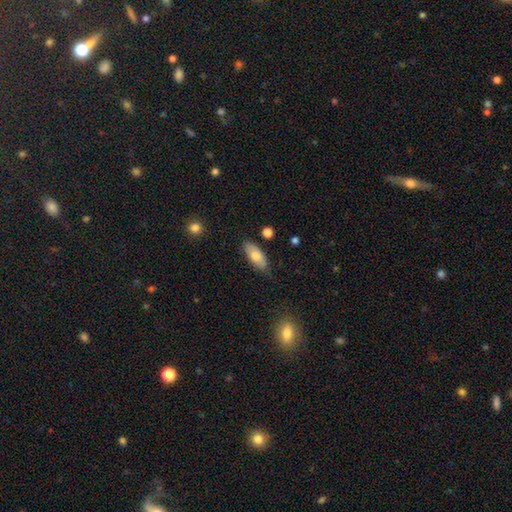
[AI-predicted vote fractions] Smooth or featured? smooth (74%)
How rounded? in between (85%)
Merging? none (81%)